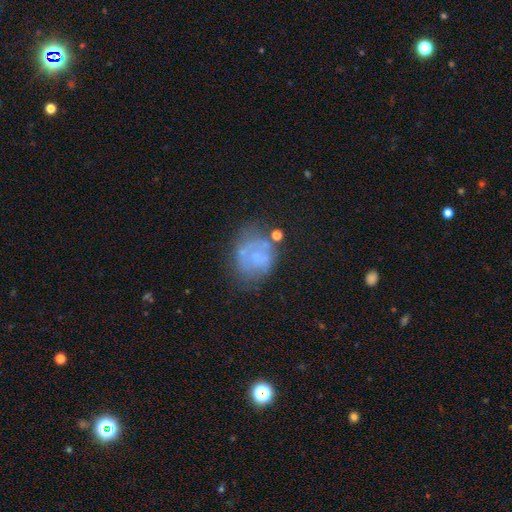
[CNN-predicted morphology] Smooth or featured: featured or disk — 47% (smooth — 40%)
Merging: none — 45% (minor disturbance — 24%)